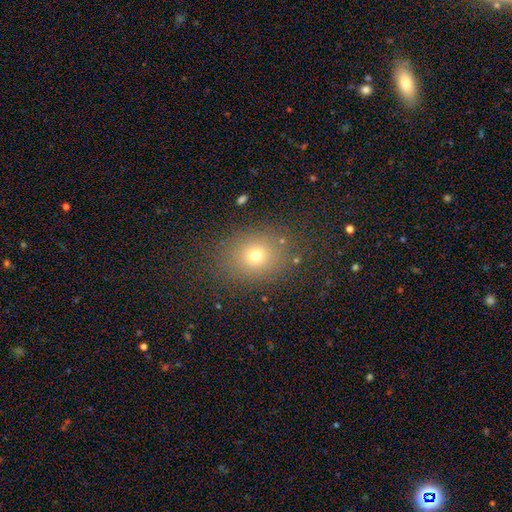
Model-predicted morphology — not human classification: This is likely a smooth galaxy (70%). How rounded: possibly round (50%). Merging: clearly none (82%).